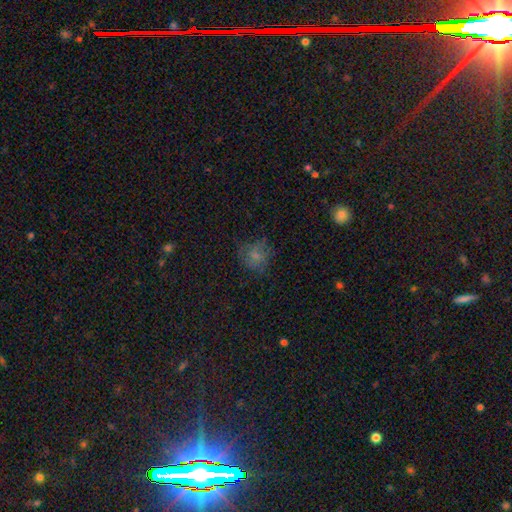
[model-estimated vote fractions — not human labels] smooth_or_featured: smooth (p=0.68) [alt: featured or disk p=0.18]
how_rounded: round (p=0.81) [alt: in between p=0.18]
merging: none (p=0.66) [alt: minor disturbance p=0.22]